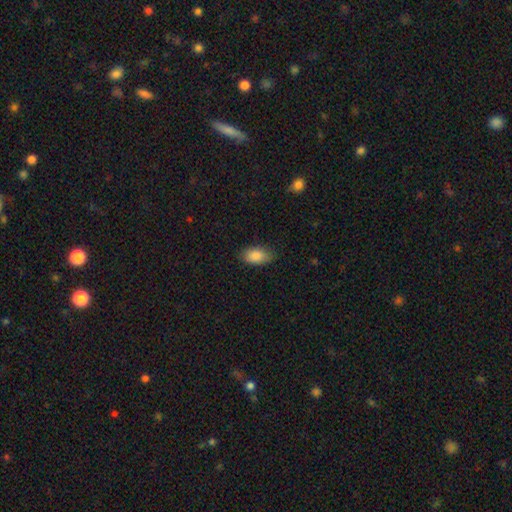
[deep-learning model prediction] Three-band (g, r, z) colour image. It shows a smooth galaxy with no disk features (88%) that is in between round and cigar-shaped (92%). Merging: none (82%).